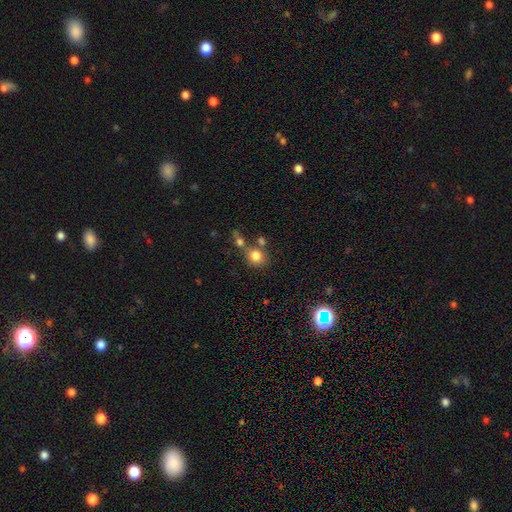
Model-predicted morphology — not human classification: smooth_or_featured: smooth (p=0.80) [alt: star or artifact p=0.11]
how_rounded: round (p=0.77) [alt: in between p=0.21]
merging: none (p=0.54) [alt: merger p=0.29]